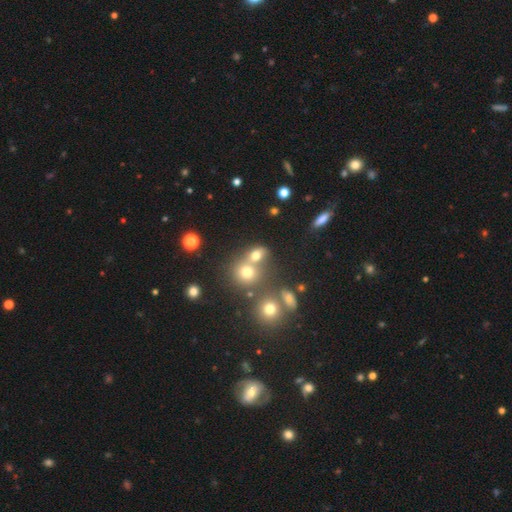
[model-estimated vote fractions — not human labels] This appears to be a smooth galaxy with no disk features (69%) that is round (60%). Merging: none (45%).